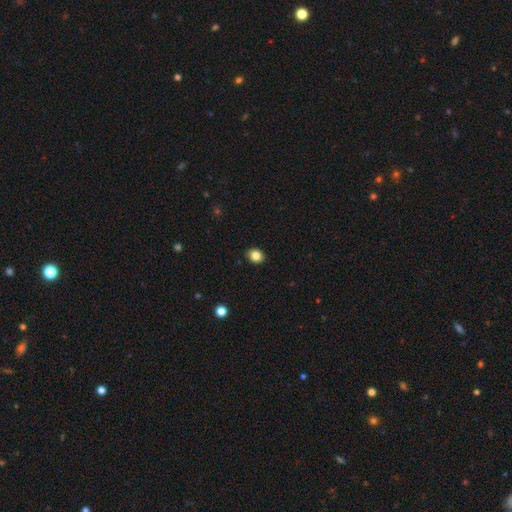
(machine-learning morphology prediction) A smooth galaxy with no disk features (85%) that is round (53%). Merging: none (90%).